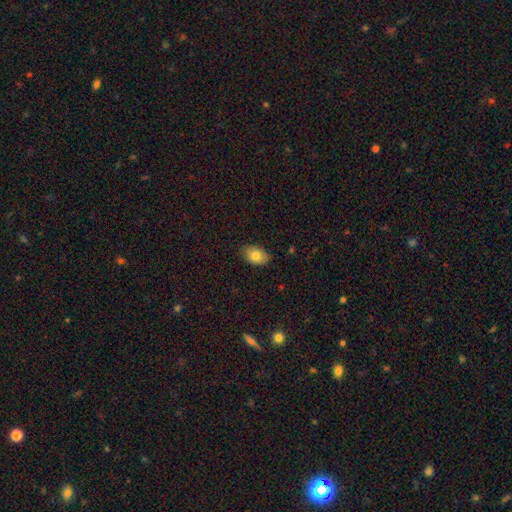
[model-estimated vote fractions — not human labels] Morphology: type=smooth (81%); roundness=in between (85%); merging=none (85%).